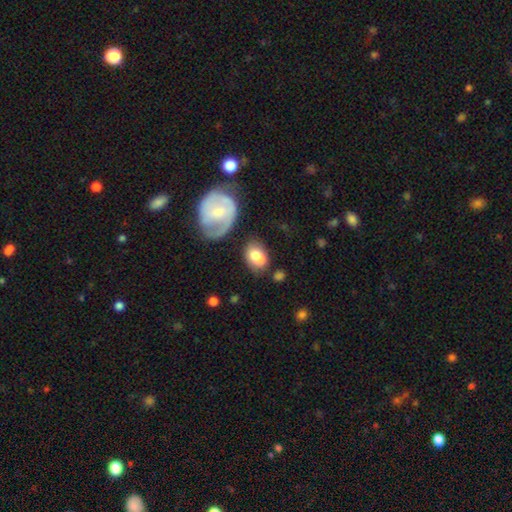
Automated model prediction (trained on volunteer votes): A smooth galaxy with no disk features (71%) that is in between round and cigar-shaped (75%). Merging: none (41%).